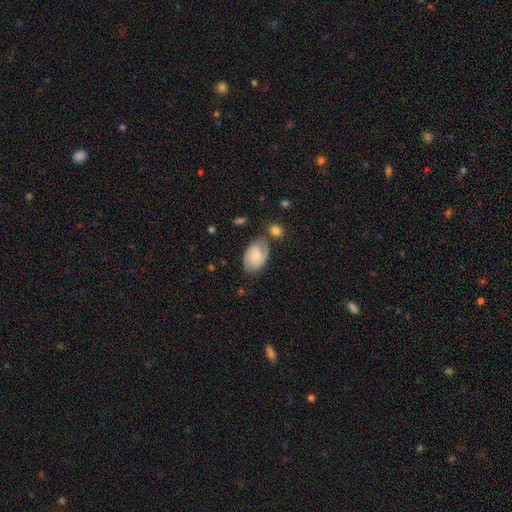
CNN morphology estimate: smooth_or_featured: featured or disk (p=0.56) [alt: smooth p=0.38]
disk_edge_on: no (p=0.96) [alt: yes p=0.04]
bar: no (p=0.72) [alt: weak p=0.24]
has_spiral_arms: yes (p=0.84) [alt: no p=0.16]
bulge_size: small (p=0.52) [alt: moderate p=0.40]
merging: none (p=0.61) [alt: minor disturbance p=0.23]